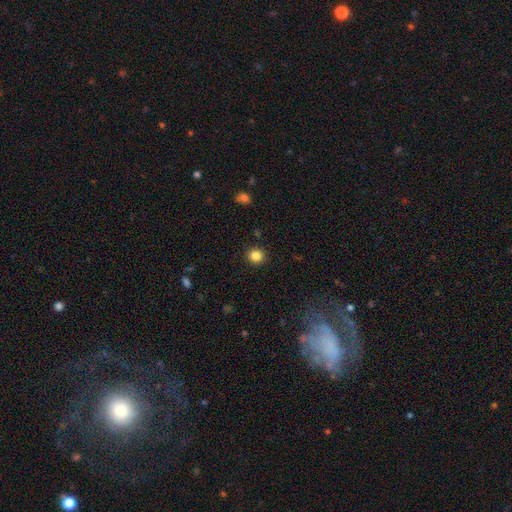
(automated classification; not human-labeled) smooth 85%, star or artifact 11%, featured or disk 4%. Down the decision tree: how rounded — round (90%); merging — none (91%).